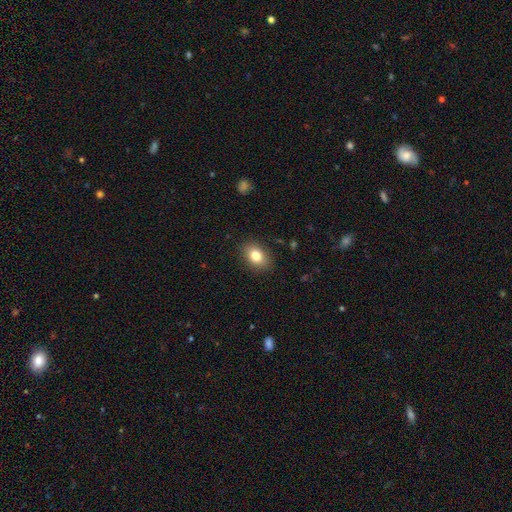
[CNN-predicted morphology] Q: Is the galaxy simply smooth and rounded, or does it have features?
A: smooth — 82%.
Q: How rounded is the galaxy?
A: in between — 73%.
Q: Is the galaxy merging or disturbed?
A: none — 87%.